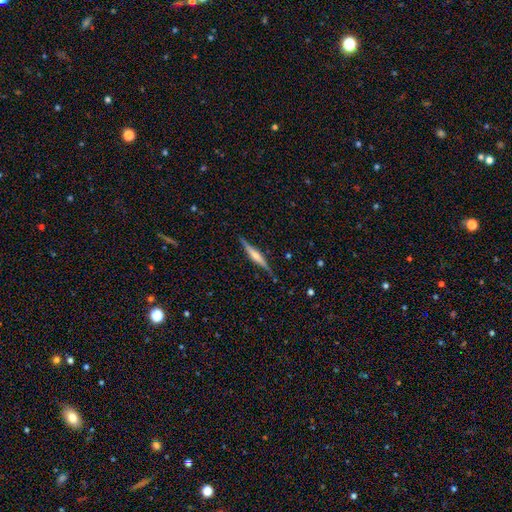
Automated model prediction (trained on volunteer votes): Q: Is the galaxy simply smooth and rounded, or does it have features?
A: featured or disk — 66%.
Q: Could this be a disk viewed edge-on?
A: yes — 98%.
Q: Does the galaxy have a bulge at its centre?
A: rounded — 60%.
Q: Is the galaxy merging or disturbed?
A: none — 87%.